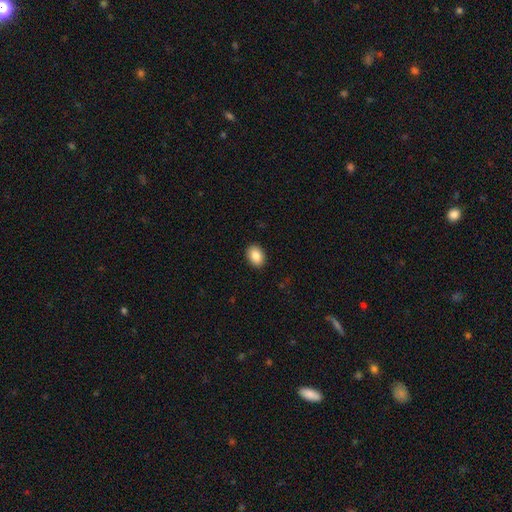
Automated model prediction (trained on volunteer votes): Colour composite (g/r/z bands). It shows a smooth galaxy with no disk features (87%) that is in between round and cigar-shaped (79%). Merging: none (91%).